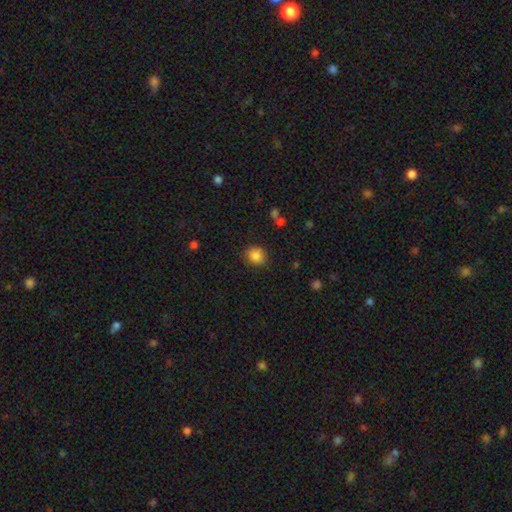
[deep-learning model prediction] smooth-or-featured: smooth: 86% | star or artifact: 10% | featured or disk: 4%
  how-rounded: round: 77% | in between: 22% | cigar-shaped: 1%
  merging: none: 83% | minor disturbance: 12% | major disturbance: 3% | merger: 2%